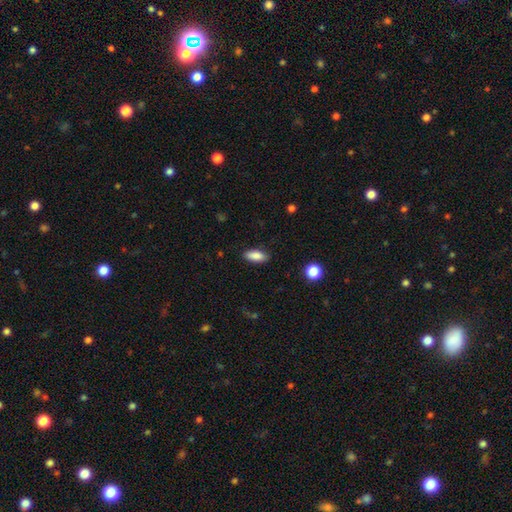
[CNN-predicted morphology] Overall: smooth (87%). How rounded: in between (82%). Merging: none (87%).